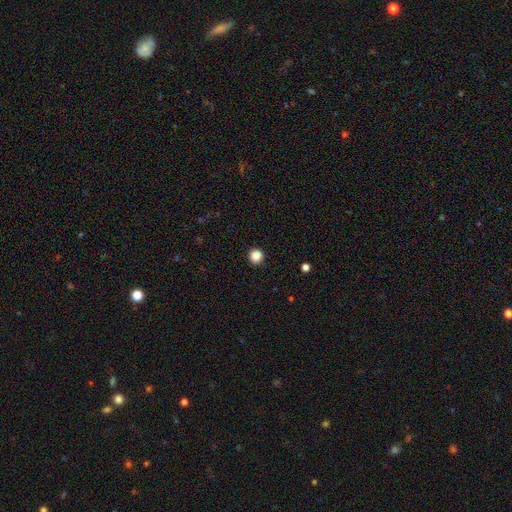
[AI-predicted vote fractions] This appears to be a smooth galaxy with no disk features (86%) that is round (94%). Merging: none (92%).